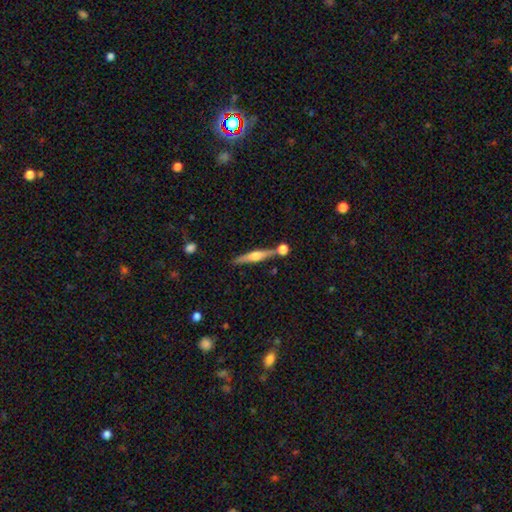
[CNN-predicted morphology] A featured or disk galaxy (63%) viewed edge-on (97%) with a rounded central bulge (87%). Merging: none (73%).